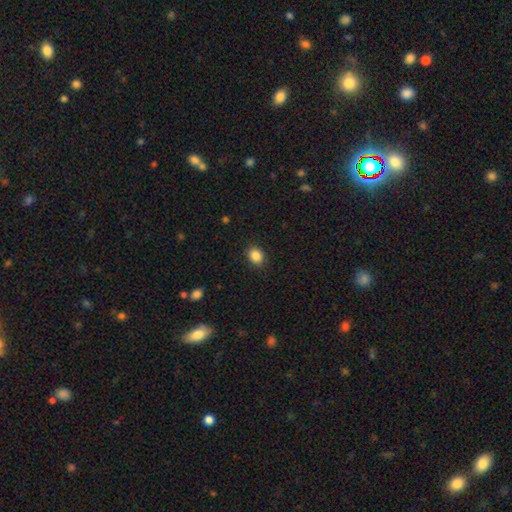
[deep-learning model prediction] Q: Smooth or featured?
A: smooth (87%); runner-up: star or artifact (9%)
Q: How rounded?
A: round (53%); runner-up: in between (46%)
Q: Merging?
A: none (89%); runner-up: minor disturbance (8%)